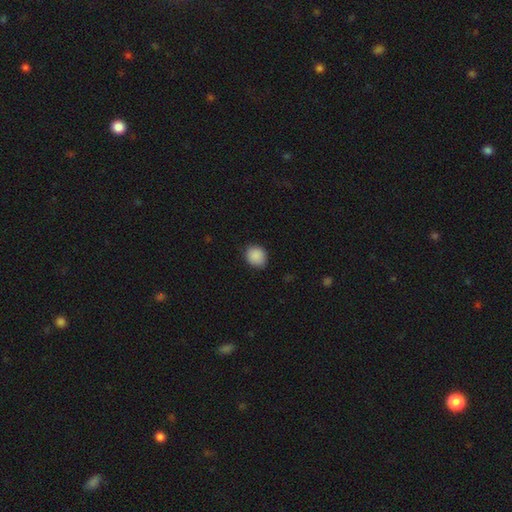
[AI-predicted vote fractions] smooth 89%, star or artifact 8%, featured or disk 3%. Down the decision tree: how rounded — round (74%); merging — none (82%).